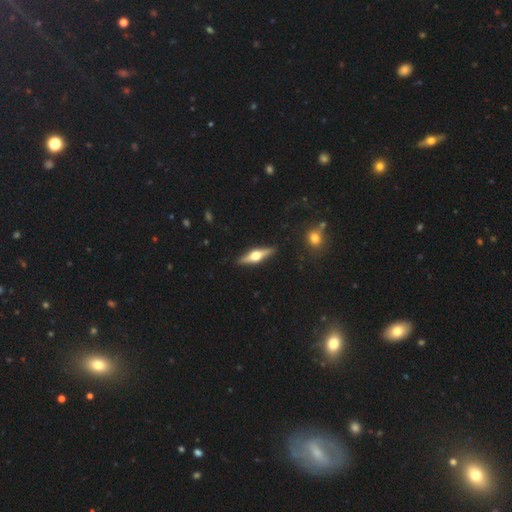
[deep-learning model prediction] This is likely a featured or disk galaxy (72%). It is clearly viewed edge-on (97%). Edge-on bulge: clearly rounded (96%). Merging: clearly none (90%).